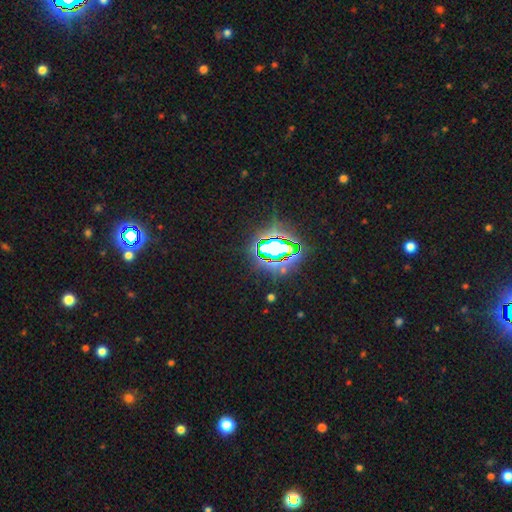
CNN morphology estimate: Smooth or featured: star or artifact — 85% (smooth — 9%)